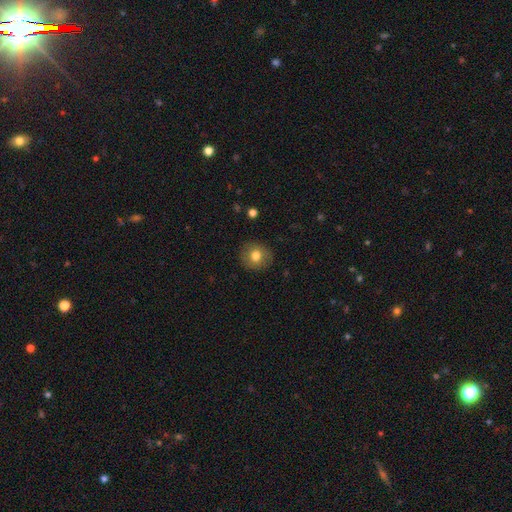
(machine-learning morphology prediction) type=smooth (77%); roundness=round (88%); merging=none (89%).